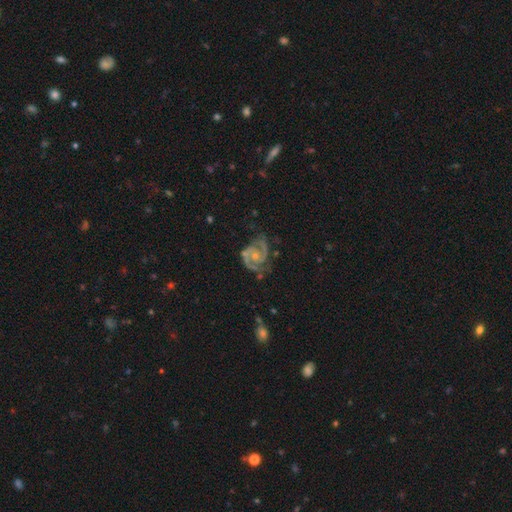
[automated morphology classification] featured or disk 90%, smooth 5%, star or artifact 5%. Down the decision tree: edge-on disk — no (98%); bar — no (64%); spiral arms — yes (97%); spiral arm count — 2 (88%); spiral winding — medium (49%); bulge size — small (55%); merging — none (62%).